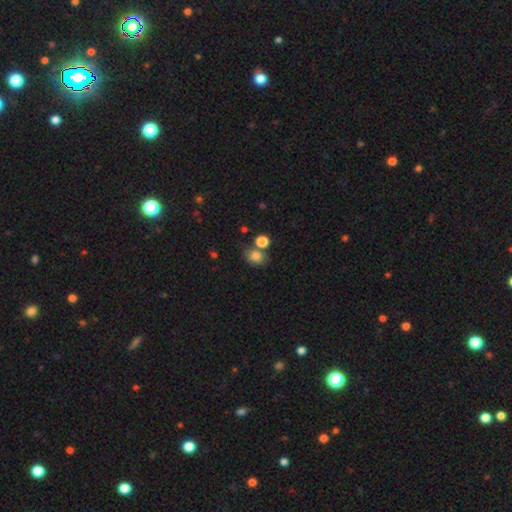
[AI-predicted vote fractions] A smooth galaxy with no disk features (79%) that is round (51%). Merging: none (61%).